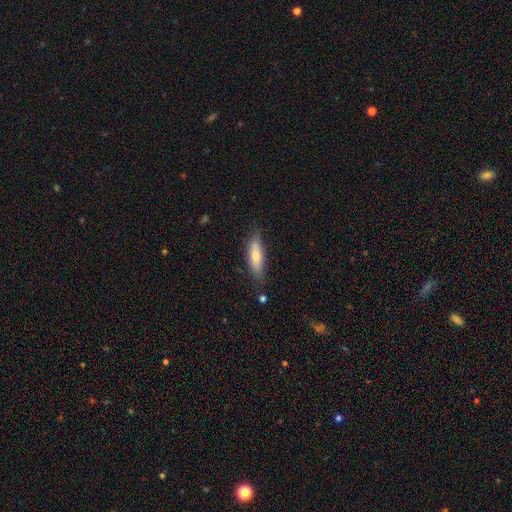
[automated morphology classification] This is likely a smooth galaxy (73%). How rounded: possibly cigar-shaped (54%). Merging: likely none (76%).